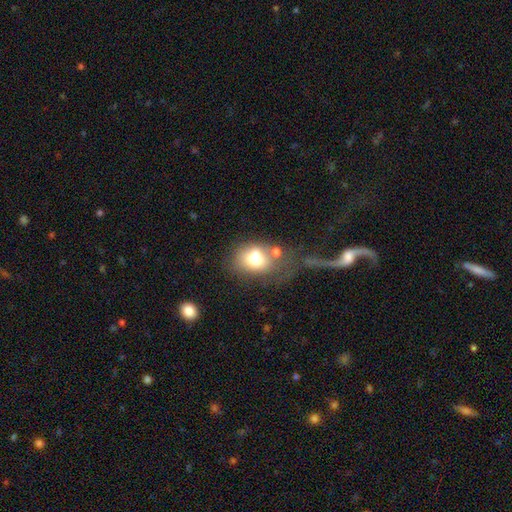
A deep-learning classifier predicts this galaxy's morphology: Smooth or featured? Predicted: smooth (p=0.71). How rounded? Predicted: in between (p=0.67). Merging? Predicted: none (p=0.34).